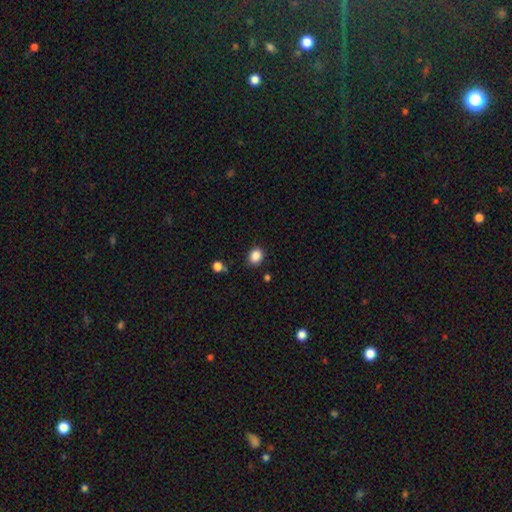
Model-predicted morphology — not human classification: smooth-or-featured: smooth: 87% | star or artifact: 10% | featured or disk: 3%
  how-rounded: round: 53% | in between: 46% | cigar-shaped: 1%
  merging: none: 83% | minor disturbance: 12% | major disturbance: 3% | merger: 2%